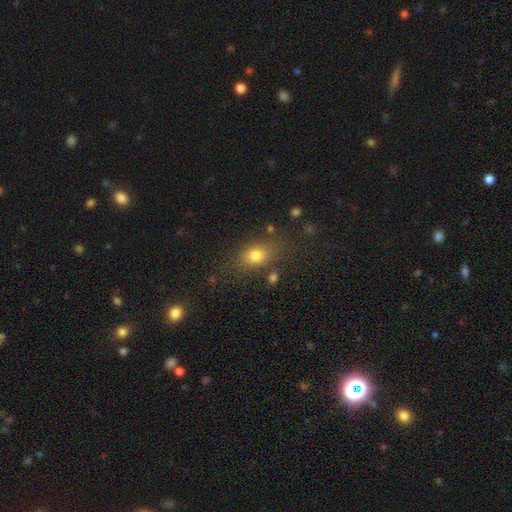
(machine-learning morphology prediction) Q: Smooth or featured?
A: smooth (76%); runner-up: star or artifact (13%)
Q: How rounded?
A: in between (69%); runner-up: round (28%)
Q: Merging?
A: none (75%); runner-up: minor disturbance (15%)